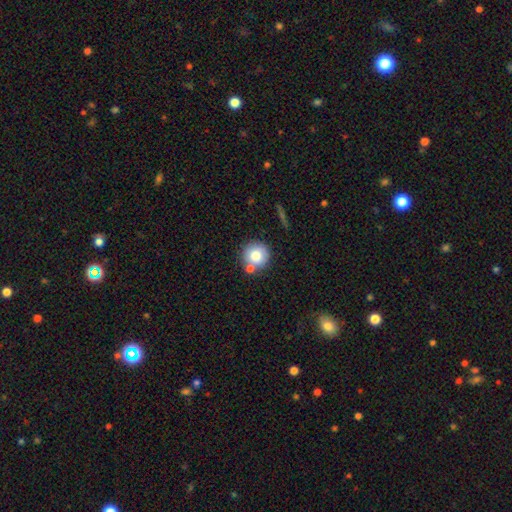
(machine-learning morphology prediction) Smooth or featured?
  - smooth: 79% *
  - featured or disk: 12%
  - star or artifact: 9%
How rounded?
  - round: 93% *
  - in between: 6%
  - cigar-shaped: 1%
Merging?
  - none: 69% *
  - merger: 17%
  - minor disturbance: 11%
  - major disturbance: 3%